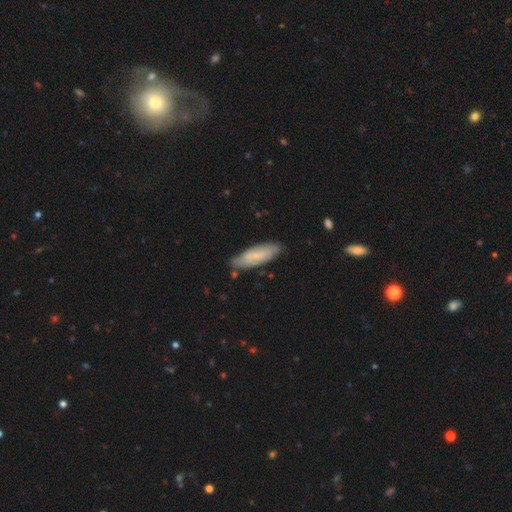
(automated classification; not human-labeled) Overall: smooth (67%). How rounded: cigar-shaped (50%; in between 49%). Merging: none (75%).